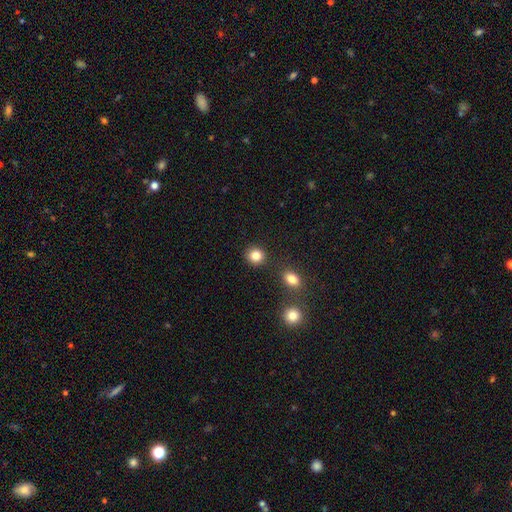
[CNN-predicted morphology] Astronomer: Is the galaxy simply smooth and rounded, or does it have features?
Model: smooth — 85%.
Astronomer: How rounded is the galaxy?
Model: round — 88%.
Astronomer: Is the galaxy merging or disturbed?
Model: none — 87%.